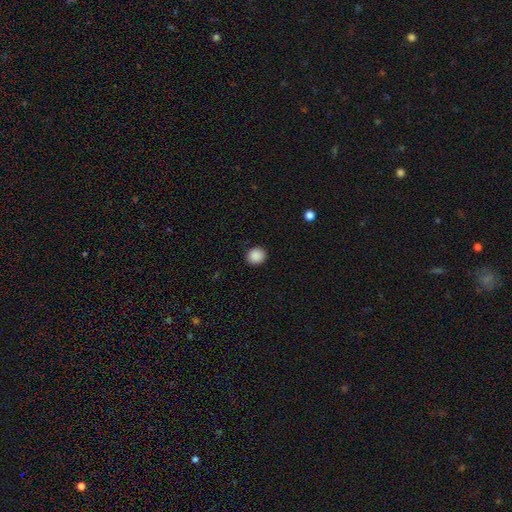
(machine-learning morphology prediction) A smooth galaxy with no disk features (89%) that is round (86%).

Vote fractions:
- Smooth or featured? smooth: 89% / star or artifact: 9% / featured or disk: 2%
- How rounded? round: 86% / in between: 13% / cigar-shaped: 1%
- Merging? none: 91% / minor disturbance: 6% / major disturbance: 2% / merger: 1%